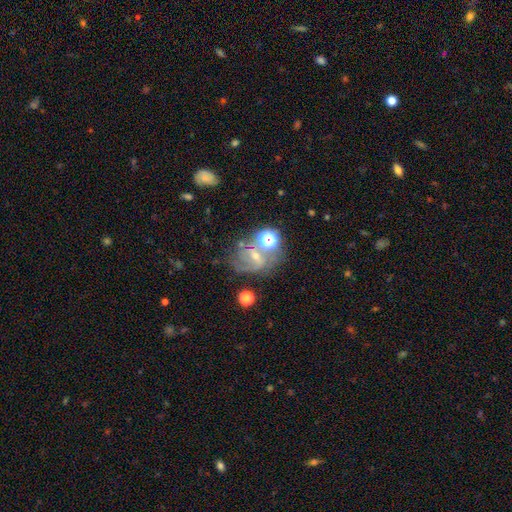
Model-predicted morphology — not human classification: smooth-or-featured: featured or disk: 56% | star or artifact: 26% | smooth: 18%
  disk-edge-on: no: 97% | yes: 3%
    bar: weak: 44% | no: 38% | strong: 18%
    has-spiral-arms: yes: 83% | no: 17%
    bulge-size: small: 58% | moderate: 33% | none: 5% | large: 3% | dominant: 2%
  merging: none: 55% | minor disturbance: 17% | merger: 15% | major disturbance: 13%